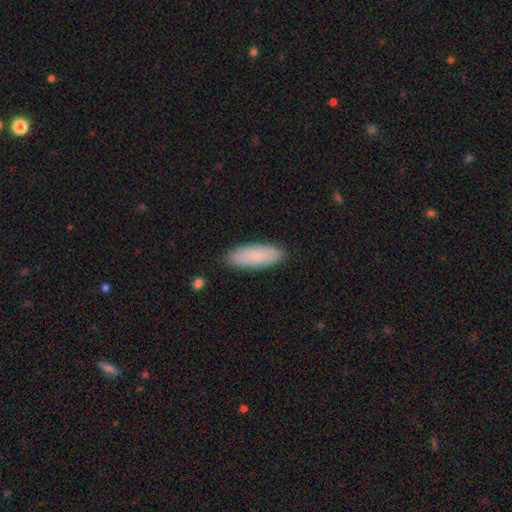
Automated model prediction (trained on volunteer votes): Q: Smooth or featured?
A: smooth (83%); runner-up: featured or disk (11%)
Q: How rounded?
A: in between (70%); runner-up: cigar-shaped (28%)
Q: Merging?
A: none (87%); runner-up: minor disturbance (10%)